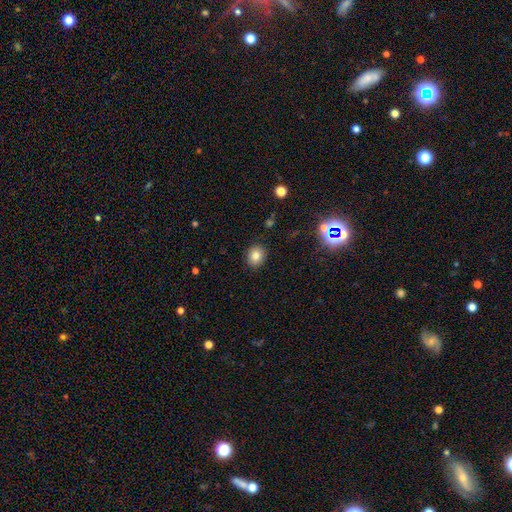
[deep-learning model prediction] Smooth or featured?
  - smooth: 79% *
  - star or artifact: 13%
  - featured or disk: 8%
How rounded?
  - round: 68% *
  - in between: 31%
  - cigar-shaped: 1%
Merging?
  - none: 89% *
  - minor disturbance: 8%
  - major disturbance: 2%
  - merger: 1%